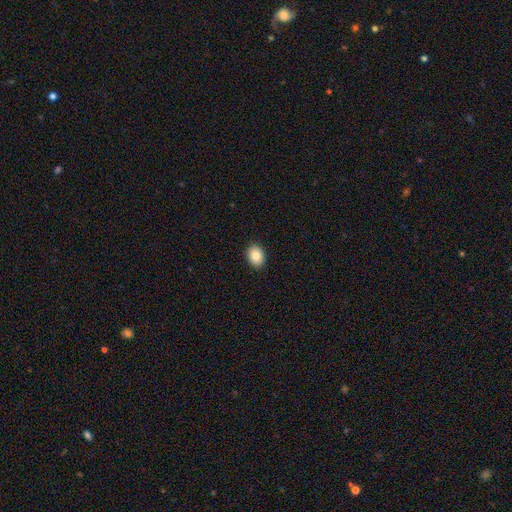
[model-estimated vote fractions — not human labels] Smooth or featured: smooth — 85% (star or artifact — 8%)
How rounded: in between — 70% (round — 29%)
Merging: none — 90% (minor disturbance — 7%)